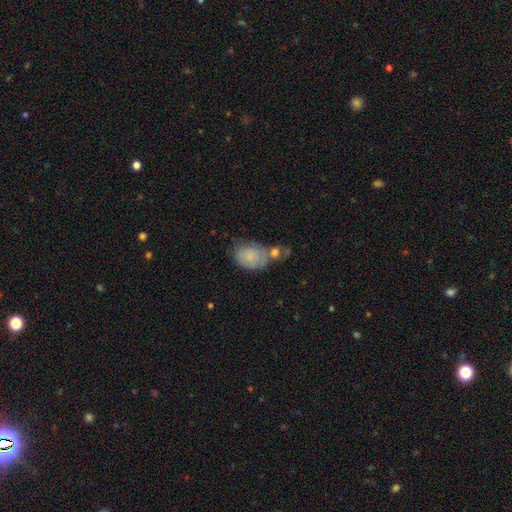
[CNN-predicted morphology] A smooth galaxy with no disk features (62%) that is in between round and cigar-shaped (58%). Merging: none (49%).